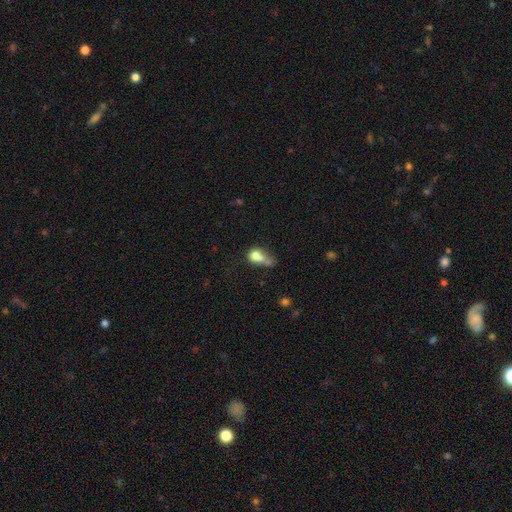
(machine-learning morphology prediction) type=smooth (71%); roundness=in between (57%); merging=merger (44%).